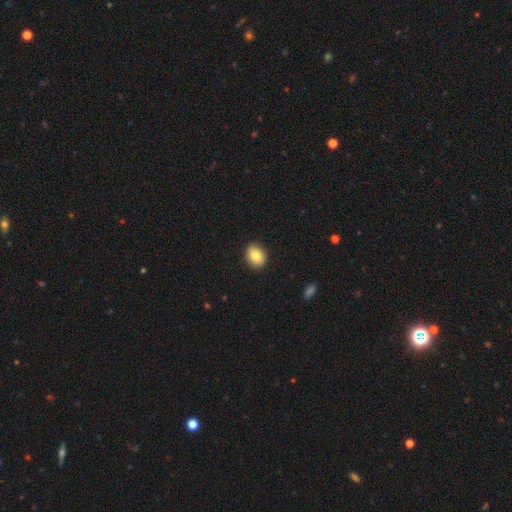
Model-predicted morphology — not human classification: Smooth or featured?
  - smooth: 82% *
  - featured or disk: 10%
  - star or artifact: 8%
How rounded?
  - round: 51% *
  - in between: 48%
  - cigar-shaped: 1%
Merging?
  - none: 90% *
  - minor disturbance: 7%
  - major disturbance: 2%
  - merger: 1%